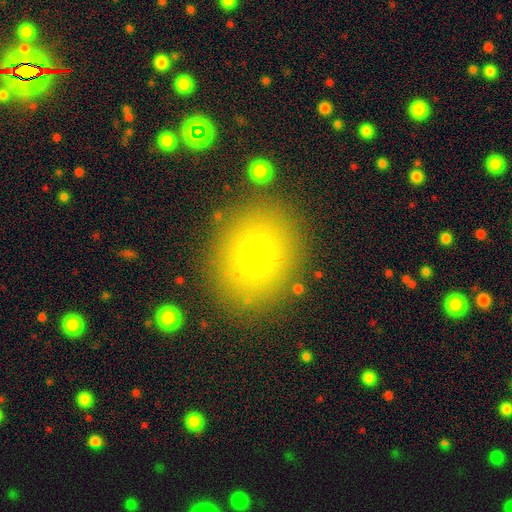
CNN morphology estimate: Smooth or featured? smooth (67%)
How rounded? round (68%)
Merging? none (86%)